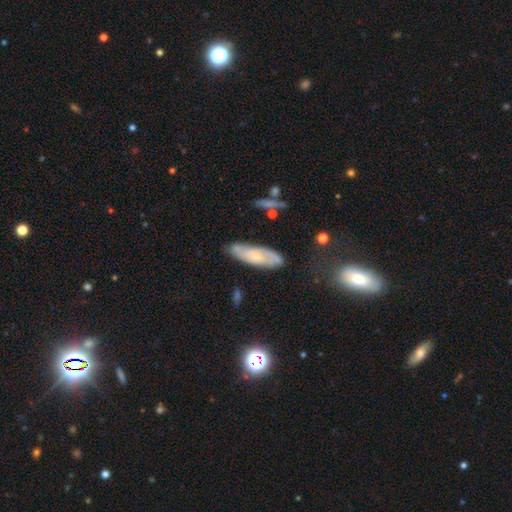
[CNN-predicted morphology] featured or disk 57%, smooth 35%, star or artifact 8%. Down the decision tree: edge-on disk — no (81%); merging — none (69%).